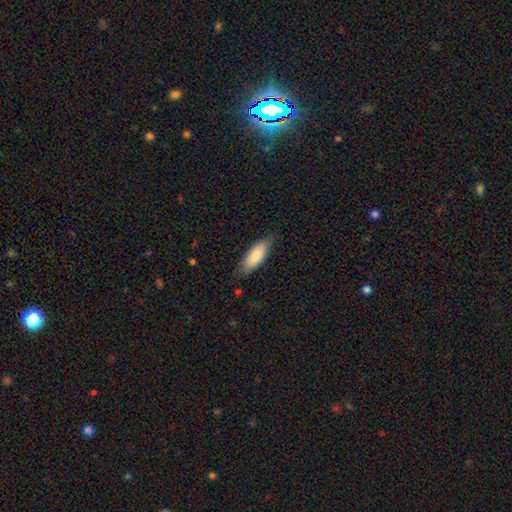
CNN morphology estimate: Overall: smooth (83%). How rounded: in between (75%). Merging: none (76%).